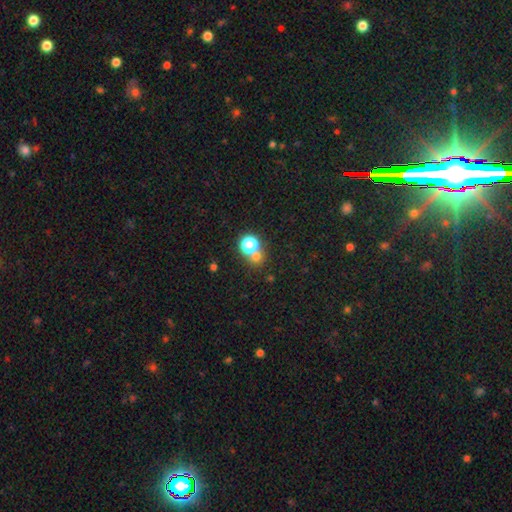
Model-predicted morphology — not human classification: smooth-or-featured: smooth: 64% | star or artifact: 27% | featured or disk: 9%
  how-rounded: round: 84% | in between: 15% | cigar-shaped: 1%
  merging: none: 56% | merger: 32% | minor disturbance: 8% | major disturbance: 4%